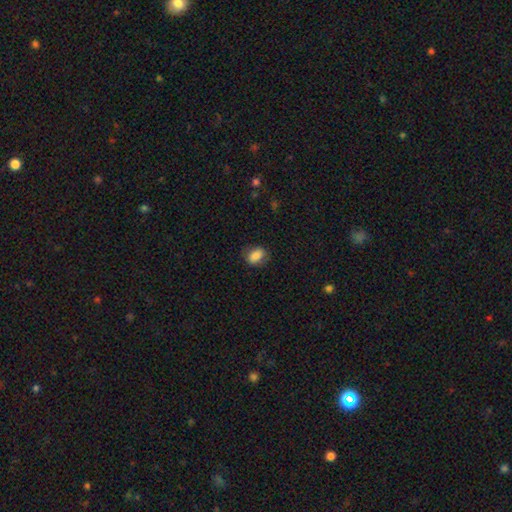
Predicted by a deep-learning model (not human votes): Overall: smooth (82%). How rounded: in between (73%). Merging: none (77%).